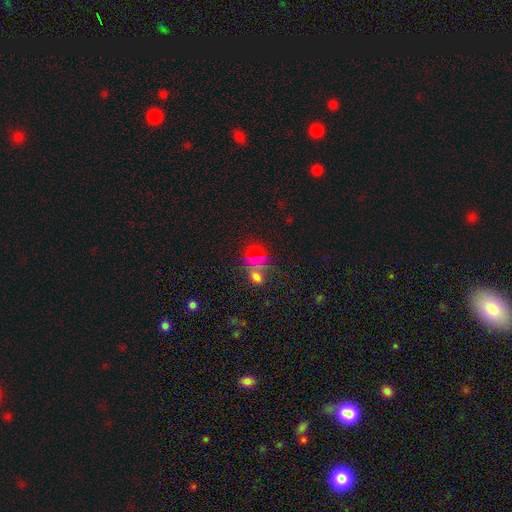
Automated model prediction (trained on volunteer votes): smooth 49%, star or artifact 40%, featured or disk 11%. Down the decision tree: merging — none (56%).